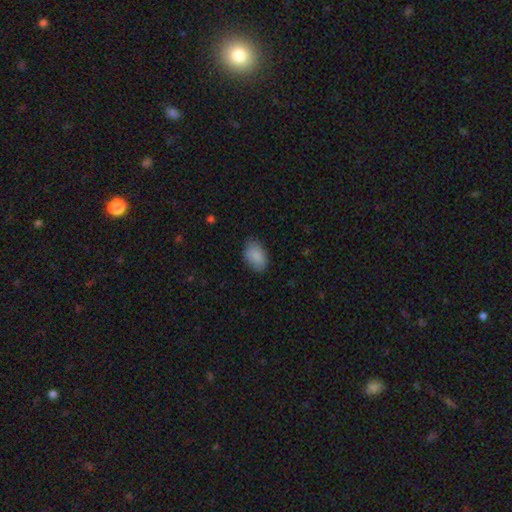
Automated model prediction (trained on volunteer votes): This appears to be a smooth galaxy with no disk features (88%) that is in between round and cigar-shaped (90%). Merging: none (78%).